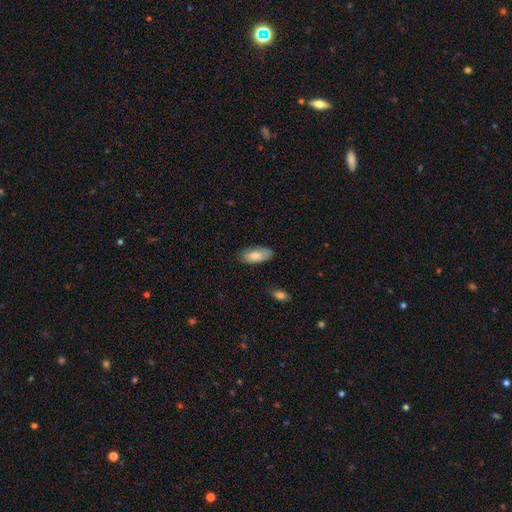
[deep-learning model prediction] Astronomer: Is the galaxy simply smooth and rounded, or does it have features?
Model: smooth — 79%.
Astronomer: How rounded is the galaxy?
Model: in between — 89%.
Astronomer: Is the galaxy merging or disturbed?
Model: none — 81%.